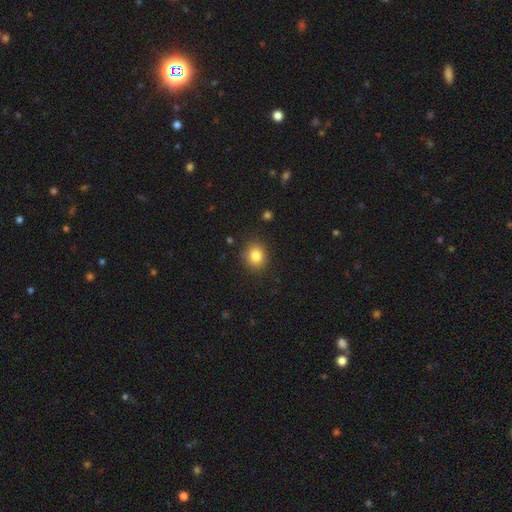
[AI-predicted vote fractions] Smooth or featured? Predicted: smooth (p=0.83). How rounded? Predicted: round (p=0.76). Merging? Predicted: none (p=0.88).